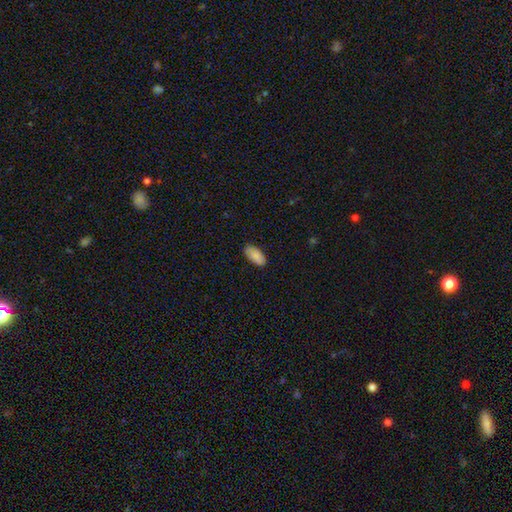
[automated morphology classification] Overall: smooth (89%). How rounded: in between (92%). Merging: none (85%).